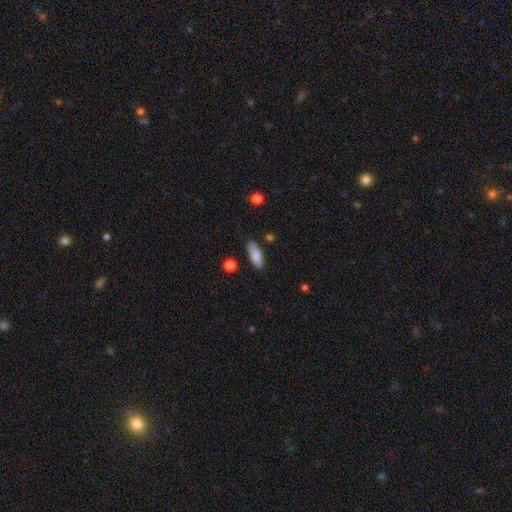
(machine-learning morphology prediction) Overall: smooth (83%). How rounded: in between (71%). Merging: none (81%).